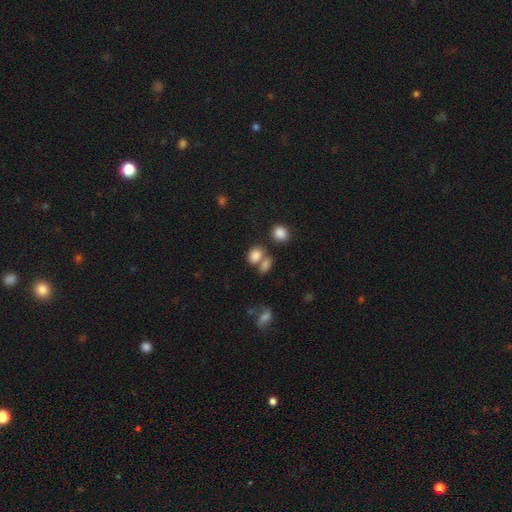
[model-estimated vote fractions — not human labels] Morphology: type=smooth (82%); roundness=in between (61%); merging=none (44%).